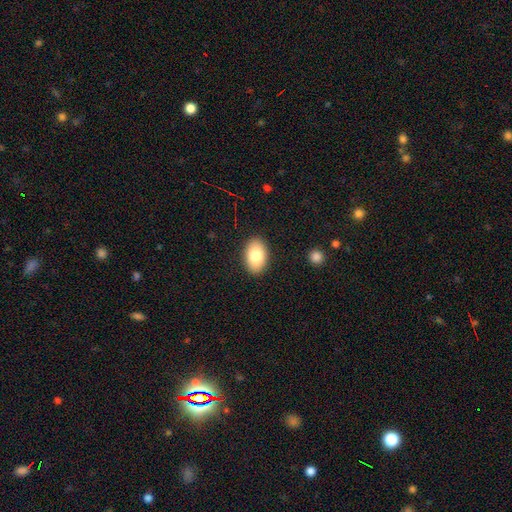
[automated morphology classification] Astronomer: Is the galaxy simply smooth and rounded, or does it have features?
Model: smooth — 81%.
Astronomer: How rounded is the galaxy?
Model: in between — 90%.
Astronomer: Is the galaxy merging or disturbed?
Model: none — 89%.